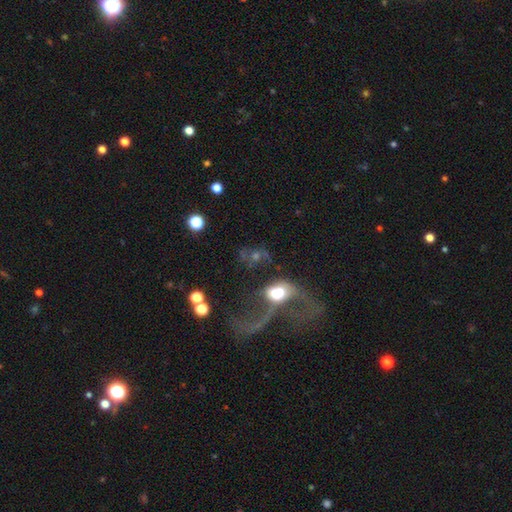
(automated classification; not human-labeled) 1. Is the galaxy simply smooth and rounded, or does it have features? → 47% featured or disk, 36% smooth, 17% star or artifact.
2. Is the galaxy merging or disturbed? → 48% major disturbance, 23% merger, 19% none, 10% minor disturbance.